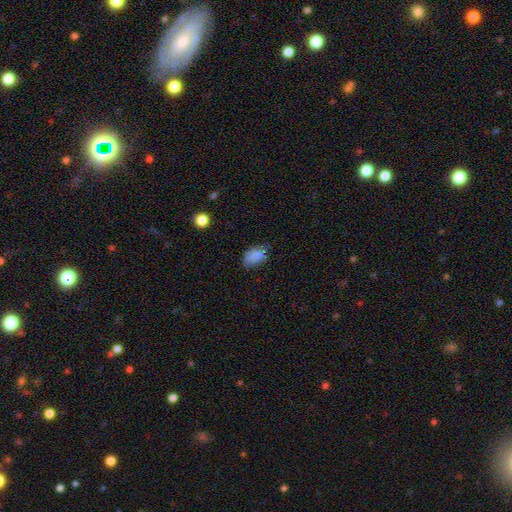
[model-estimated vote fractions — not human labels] A smooth galaxy with no disk features (81%) that is in between round and cigar-shaped (89%).

Vote fractions:
- Smooth or featured? smooth: 81% / star or artifact: 10% / featured or disk: 8%
- How rounded? in between: 89% / round: 9% / cigar-shaped: 2%
- Merging? none: 55% / minor disturbance: 35% / major disturbance: 9% / merger: 2%